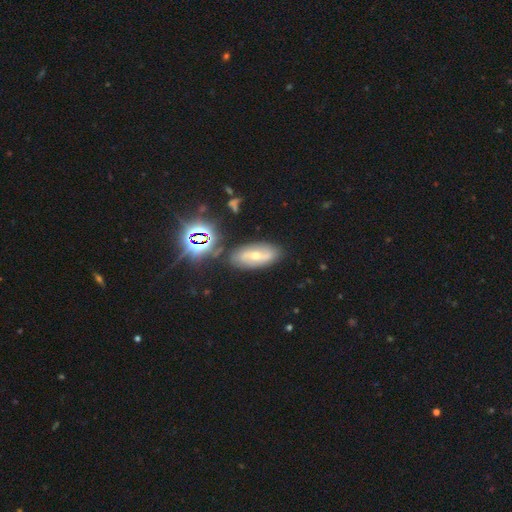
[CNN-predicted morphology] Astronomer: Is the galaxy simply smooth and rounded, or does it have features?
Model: featured or disk — 56%.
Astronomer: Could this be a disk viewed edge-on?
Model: no — 88%.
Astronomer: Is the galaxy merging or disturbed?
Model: none — 81%.